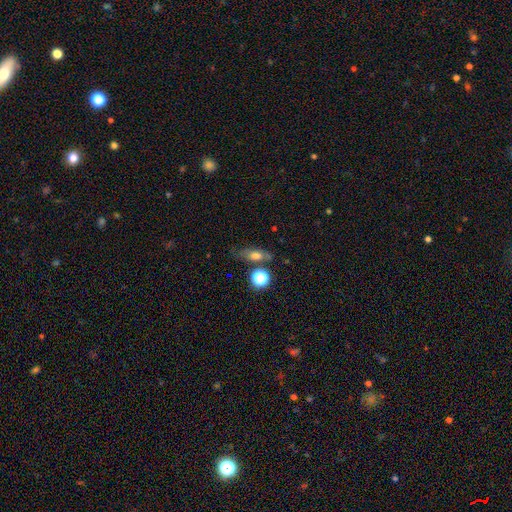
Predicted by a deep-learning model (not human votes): smooth 63%, featured or disk 21%, star or artifact 16%. Down the decision tree: how rounded — in between (58%); merging — none (64%).